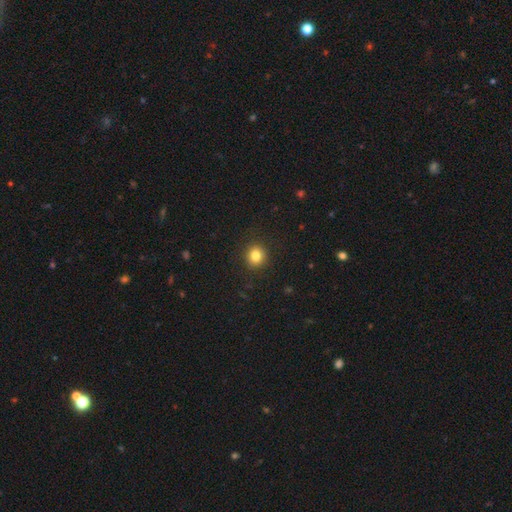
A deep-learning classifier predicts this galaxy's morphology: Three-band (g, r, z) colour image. It shows a smooth galaxy with no disk features (83%) that is round (86%). Merging: none (91%).